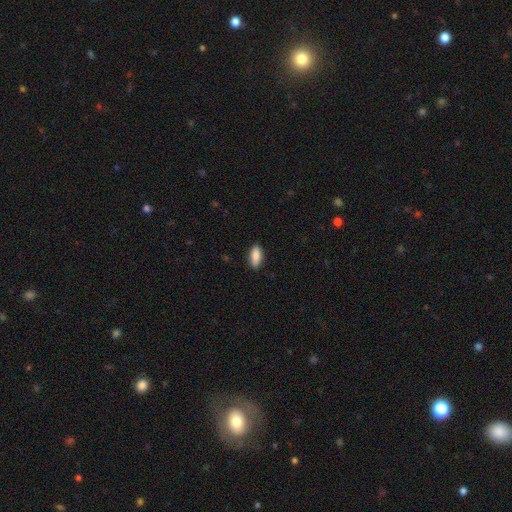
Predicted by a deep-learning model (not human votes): Smooth or featured: smooth — 87% (featured or disk — 6%)
How rounded: in between — 82% (cigar-shaped — 16%)
Merging: none — 88% (minor disturbance — 9%)